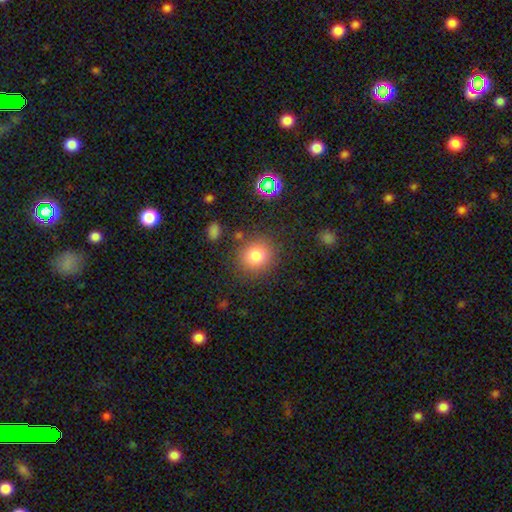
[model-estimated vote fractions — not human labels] A smooth galaxy with no disk features (81%) that is round (81%). Merging: none (84%).